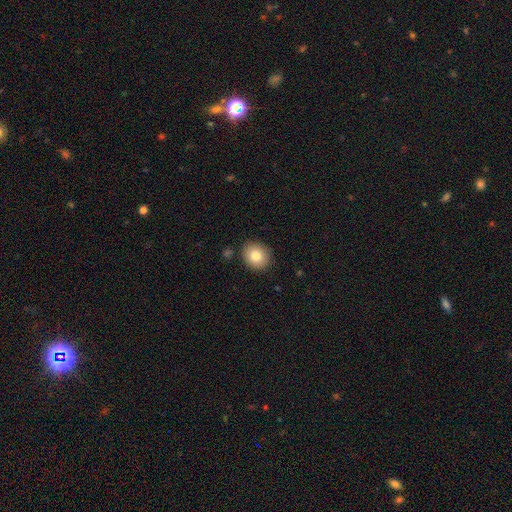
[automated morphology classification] A smooth galaxy with no disk features (80%) that is round (74%). Merging: none (87%).